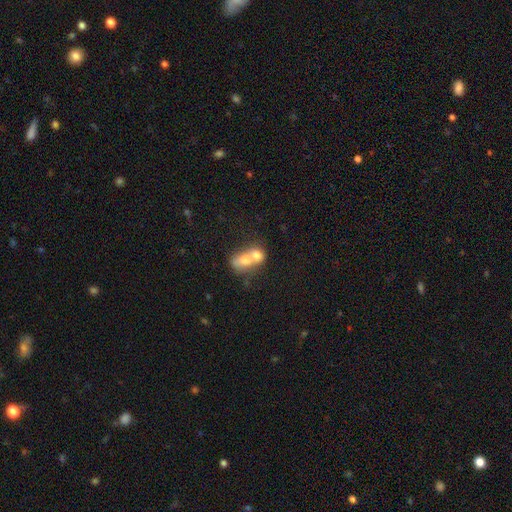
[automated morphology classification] Overall: smooth (67%). How rounded: in between (63%; round 34%). Merging: merger (77%).